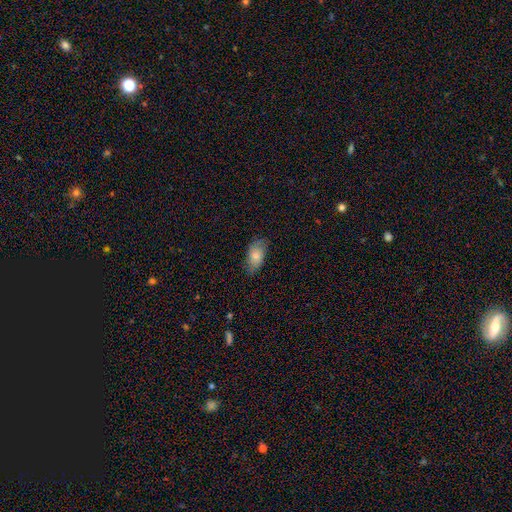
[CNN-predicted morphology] A smooth galaxy with no disk features (74%) that is in between round and cigar-shaped (90%). Merging: none (72%).